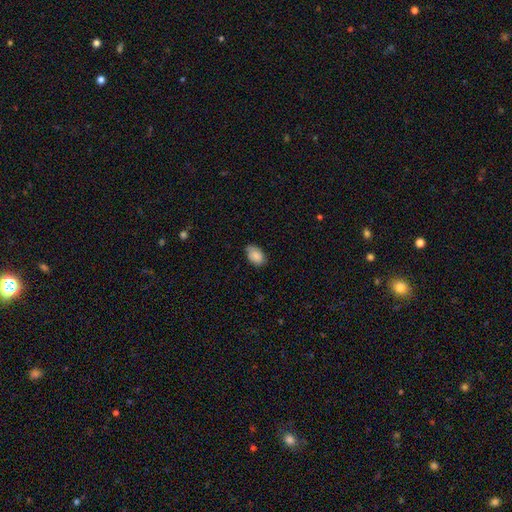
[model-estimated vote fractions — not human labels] Smooth or featured: smooth — 86% (star or artifact — 7%)
How rounded: in between — 87% (round — 12%)
Merging: none — 75% (minor disturbance — 21%)